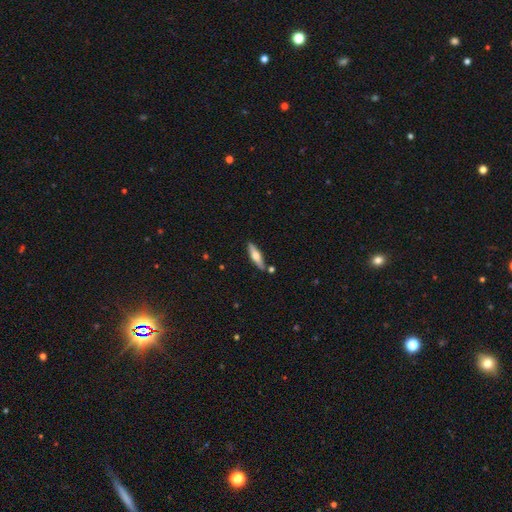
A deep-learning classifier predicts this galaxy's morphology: A smooth galaxy with no disk features (52%) that is cigar-shaped (68%).

Vote fractions:
- Smooth or featured? smooth: 52% / featured or disk: 43% / star or artifact: 6%
- How rounded? cigar-shaped: 68% / in between: 30% / round: 2%
- Merging? none: 82% / minor disturbance: 11% / merger: 5% / major disturbance: 2%